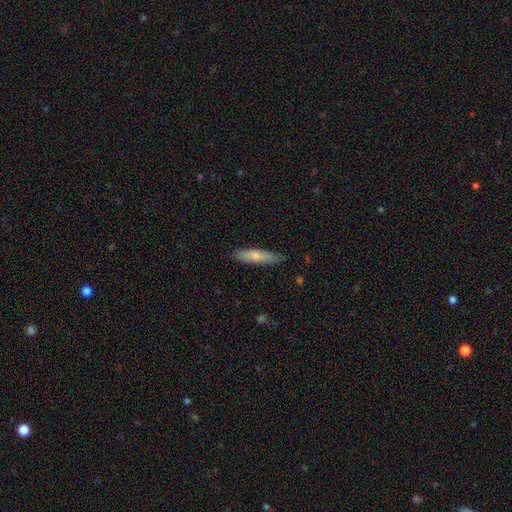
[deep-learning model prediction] A smooth galaxy with no disk features (71%) that is cigar-shaped (76%).

Vote fractions:
- Smooth or featured? smooth: 71% / featured or disk: 23% / star or artifact: 6%
- How rounded? cigar-shaped: 76% / in between: 22% / round: 2%
- Merging? none: 84% / minor disturbance: 12% / major disturbance: 2% / merger: 1%